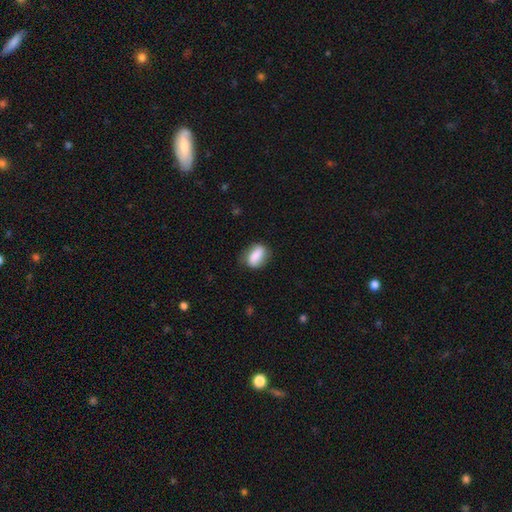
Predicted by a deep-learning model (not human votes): smooth 78%, featured or disk 15%, star or artifact 7%. Down the decision tree: how rounded — in between (79%); merging — none (73%).